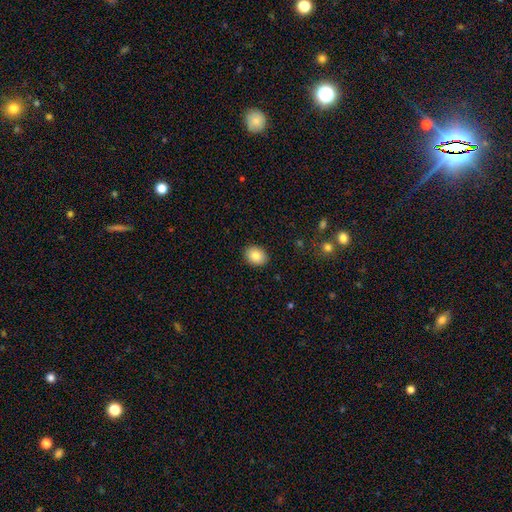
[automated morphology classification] smooth_or_featured: smooth (p=0.85) [alt: star or artifact p=0.08]
how_rounded: in between (p=0.60) [alt: round p=0.39]
merging: none (p=0.90) [alt: minor disturbance p=0.07]